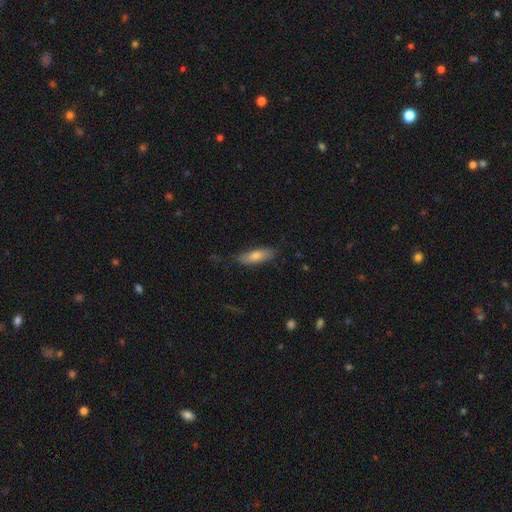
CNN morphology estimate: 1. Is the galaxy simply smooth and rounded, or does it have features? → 69% smooth, 24% featured or disk, 7% star or artifact.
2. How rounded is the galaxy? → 51% in between, 47% cigar-shaped, 2% round.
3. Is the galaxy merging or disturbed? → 75% none, 19% minor disturbance, 4% major disturbance, 1% merger.